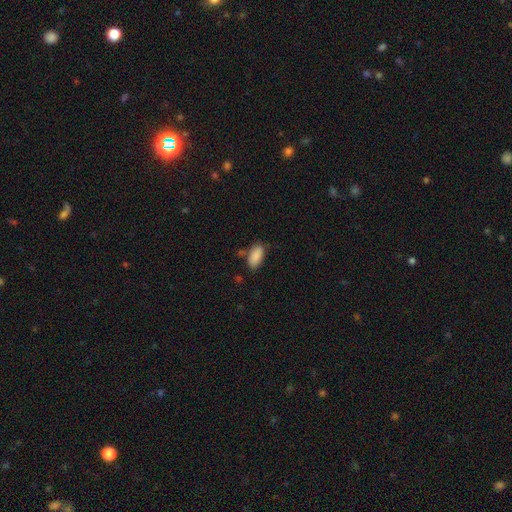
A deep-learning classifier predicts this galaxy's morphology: type=smooth (88%); roundness=in between (90%); merging=none (72%).